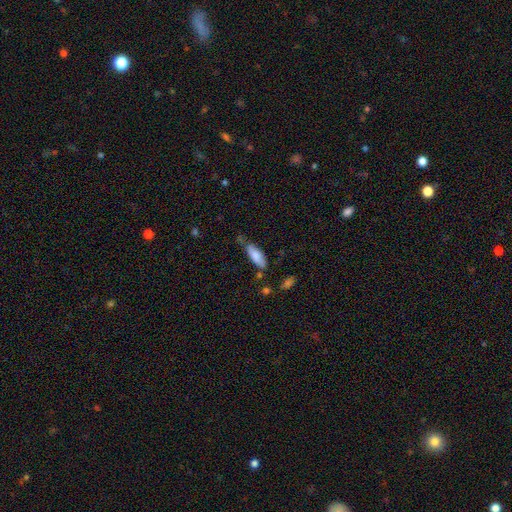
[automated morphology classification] Q: Smooth or featured?
A: smooth (79%); runner-up: featured or disk (14%)
Q: How rounded?
A: in between (57%); runner-up: cigar-shaped (42%)
Q: Merging?
A: none (56%); runner-up: minor disturbance (29%)